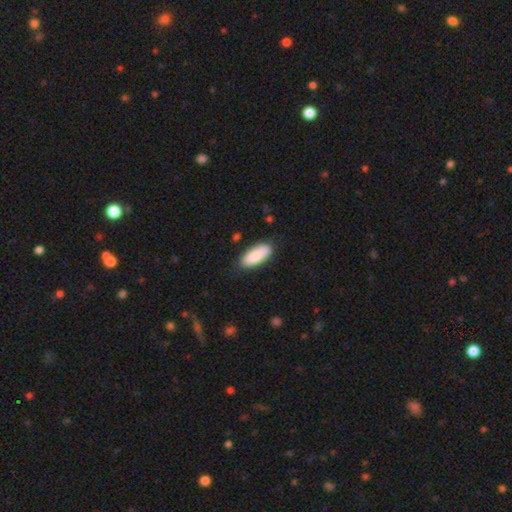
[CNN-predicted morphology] A smooth galaxy with no disk features (85%) that is in between round and cigar-shaped (83%).

Vote fractions:
- Smooth or featured? smooth: 85% / featured or disk: 10% / star or artifact: 6%
- How rounded? in between: 83% / cigar-shaped: 15% / round: 2%
- Merging? none: 78% / minor disturbance: 16% / major disturbance: 3% / merger: 2%